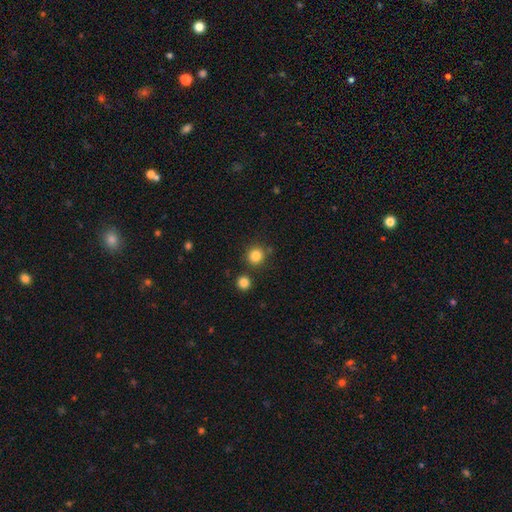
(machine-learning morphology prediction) smooth_or_featured: smooth (p=0.84) [alt: star or artifact p=0.11]
how_rounded: round (p=0.92) [alt: in between p=0.07]
merging: none (p=0.82) [alt: merger p=0.08]